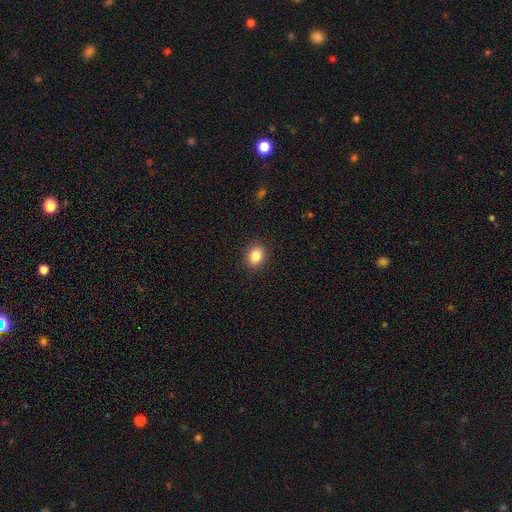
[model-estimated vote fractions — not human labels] Smooth or featured: smooth — 85% (star or artifact — 10%)
How rounded: round — 50% (in between — 49%)
Merging: none — 90% (minor disturbance — 7%)